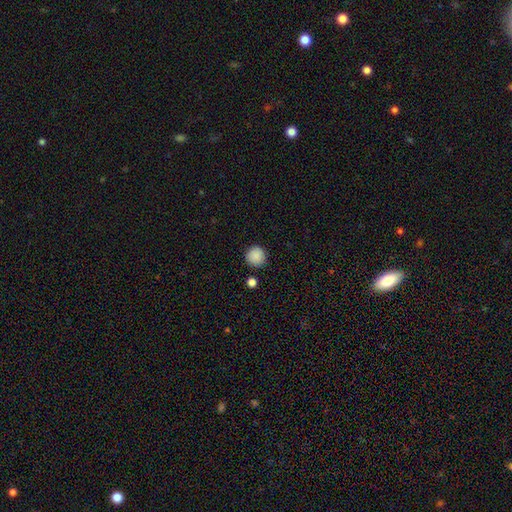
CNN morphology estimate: smooth 88%, star or artifact 9%, featured or disk 3%. Down the decision tree: how rounded — round (95%); merging — none (89%).